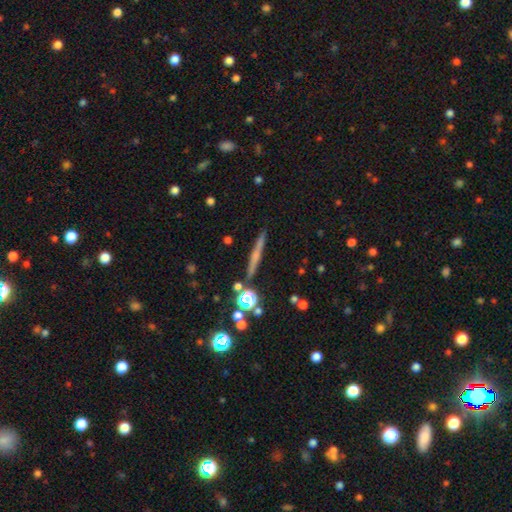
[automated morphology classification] Overall: featured or disk (45%; smooth 42%). Merging: none (87%).